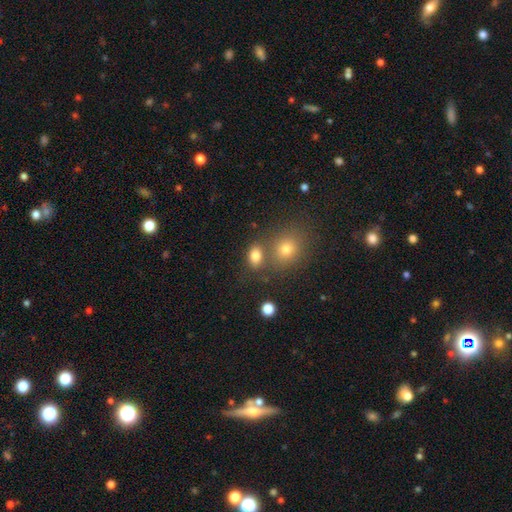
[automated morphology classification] A smooth galaxy with no disk features (80%) that is in between round and cigar-shaped (76%).

Vote fractions:
- Smooth or featured? smooth: 80% / star or artifact: 12% / featured or disk: 8%
- How rounded? in between: 76% / round: 23% / cigar-shaped: 2%
- Merging? none: 60% / merger: 23% / minor disturbance: 12% / major disturbance: 5%